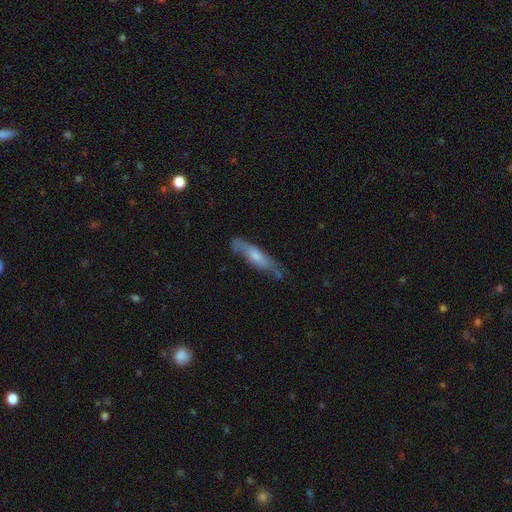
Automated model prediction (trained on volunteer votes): This is possibly a featured or disk galaxy (49%). Merging: likely none (68%).